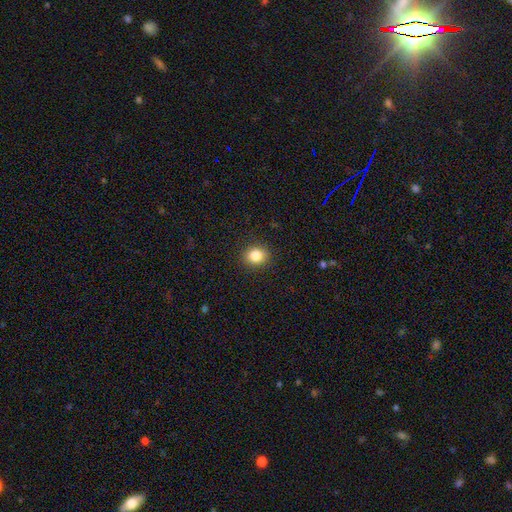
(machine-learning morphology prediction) Q: Smooth or featured?
A: smooth (84%); runner-up: star or artifact (10%)
Q: How rounded?
A: round (69%); runner-up: in between (31%)
Q: Merging?
A: none (90%); runner-up: minor disturbance (7%)